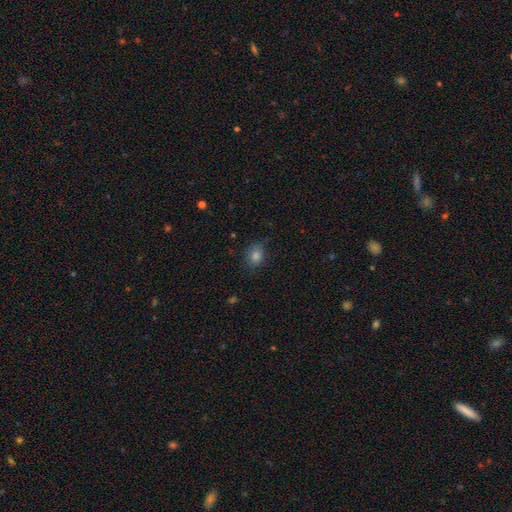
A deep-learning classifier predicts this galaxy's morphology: Smooth or featured? Predicted: smooth (p=0.79). How rounded? Predicted: round (p=0.60). Merging? Predicted: none (p=0.80).